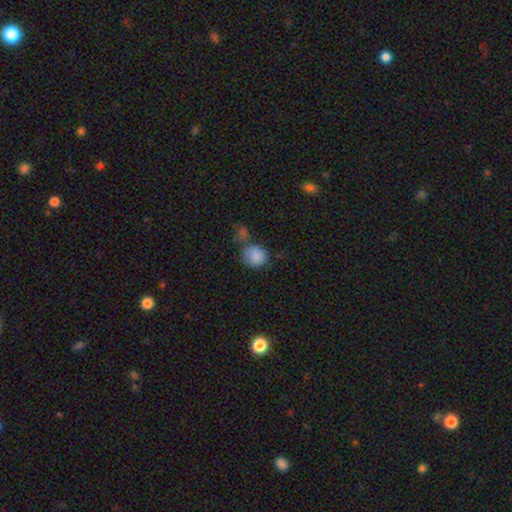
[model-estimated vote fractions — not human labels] Smooth or featured? Predicted: smooth (p=0.85). How rounded? Predicted: round (p=0.73). Merging? Predicted: none (p=0.51).